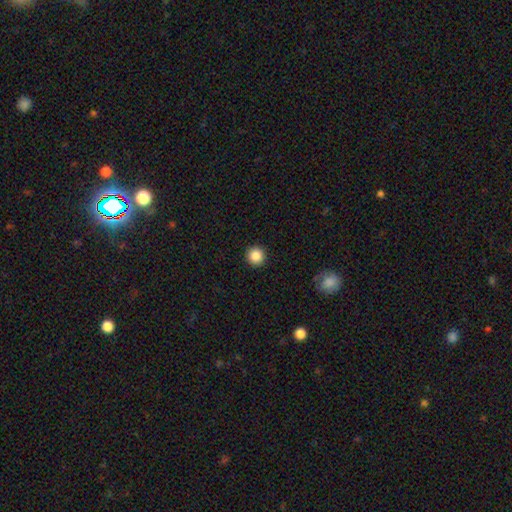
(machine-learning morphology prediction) smooth 87%, star or artifact 10%, featured or disk 4%. Down the decision tree: how rounded — round (96%); merging — none (93%).